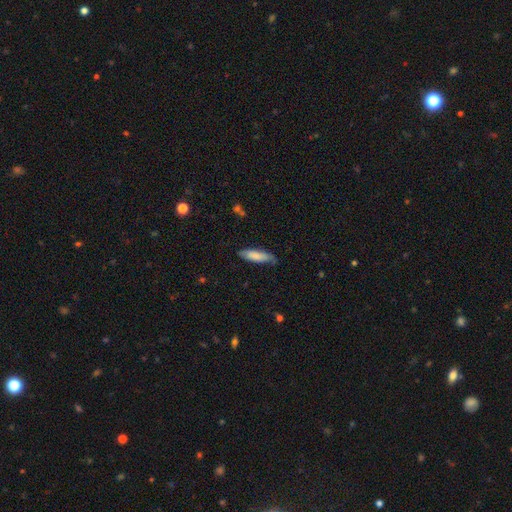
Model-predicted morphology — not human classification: type=smooth (78%); roundness=cigar-shaped (60%); merging=none (73%).